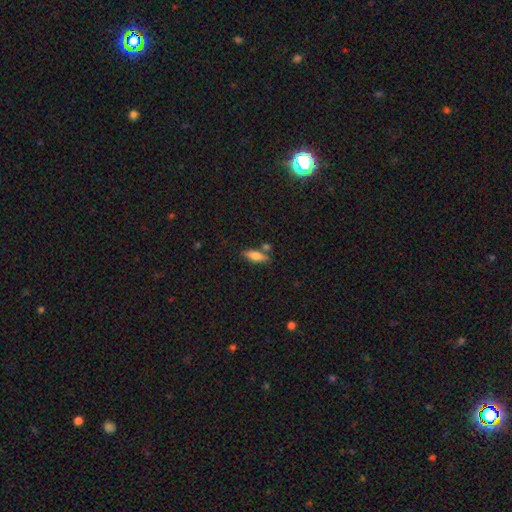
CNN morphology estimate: smooth 70%, featured or disk 23%, star or artifact 7%. Down the decision tree: how rounded — in between (59%); merging — none (69%).